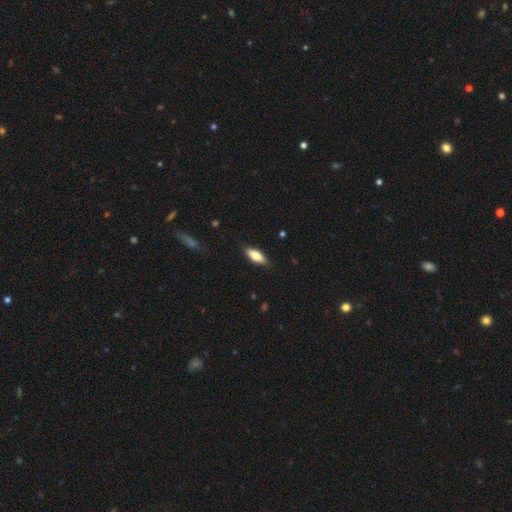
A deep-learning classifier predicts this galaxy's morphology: Smooth or featured? smooth (74%)
How rounded? in between (73%)
Merging? none (83%)